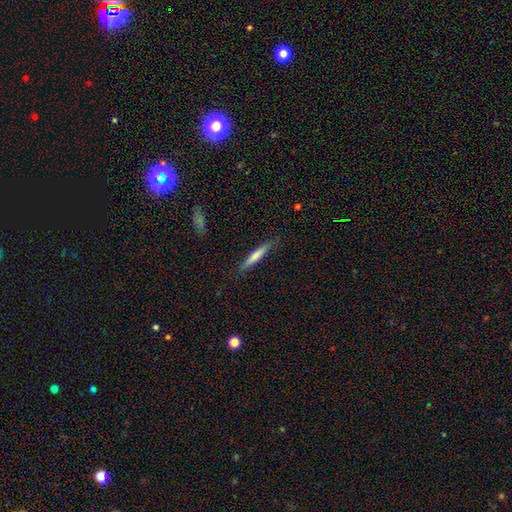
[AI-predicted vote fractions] Morphology: type=smooth (69%); roundness=cigar-shaped (92%); merging=none (84%).